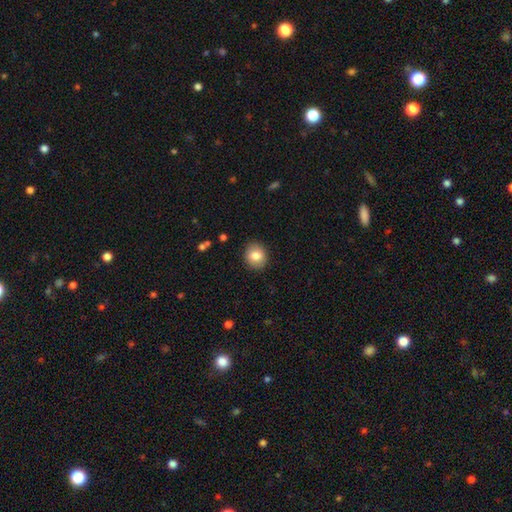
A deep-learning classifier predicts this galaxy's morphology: smooth-or-featured: smooth: 83% | featured or disk: 9% | star or artifact: 8%
  how-rounded: round: 67% | in between: 32% | cigar-shaped: 1%
  merging: none: 89% | minor disturbance: 8% | major disturbance: 2% | merger: 1%